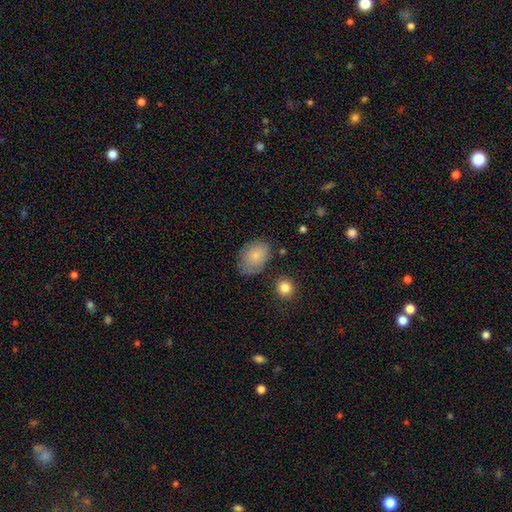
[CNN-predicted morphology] A smooth galaxy with no disk features (82%) that is in between round and cigar-shaped (81%).

Vote fractions:
- Smooth or featured? smooth: 82% / featured or disk: 10% / star or artifact: 7%
- How rounded? in between: 81% / round: 18% / cigar-shaped: 1%
- Merging? none: 69% / minor disturbance: 22% / major disturbance: 6% / merger: 3%